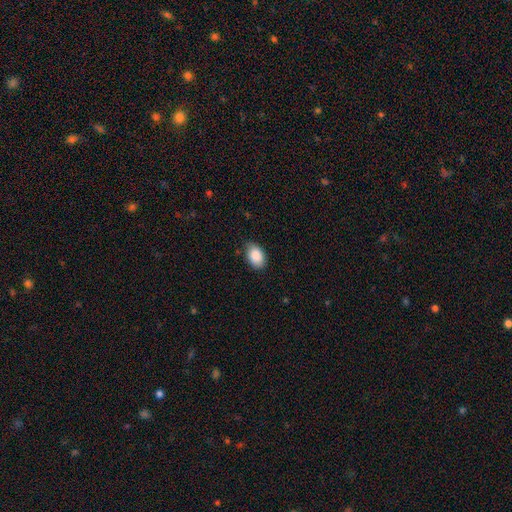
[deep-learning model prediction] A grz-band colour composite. It shows a smooth galaxy with no disk features (89%) that is in between round and cigar-shaped (89%). Merging: none (76%).